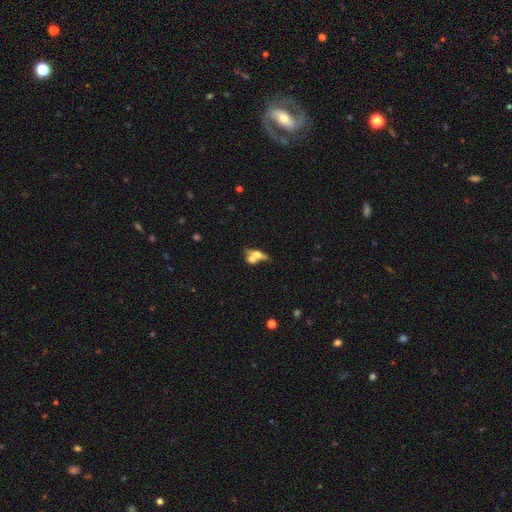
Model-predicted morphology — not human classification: The model was most divided on "smooth or featured": featured or disk: 50%, smooth: 41%, star or artifact: 9%. Remaining: merging — merger (47%).